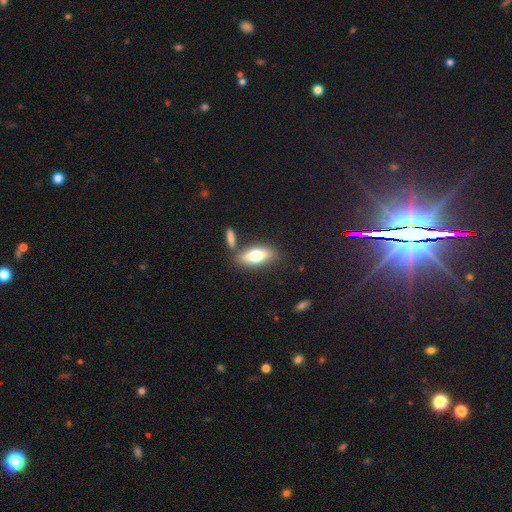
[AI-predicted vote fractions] Overall: smooth (65%; featured or disk 28%). How rounded: in between (72%). Merging: none (71%).